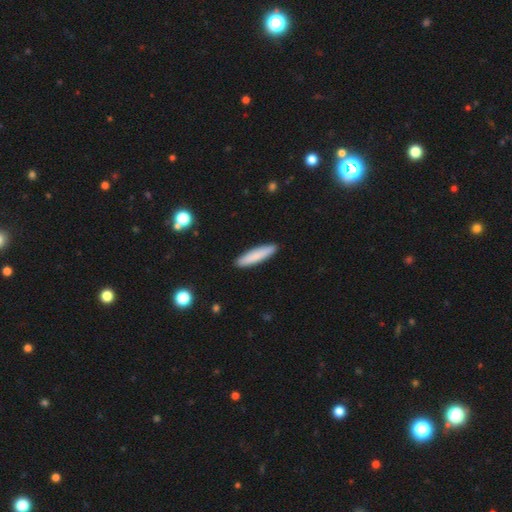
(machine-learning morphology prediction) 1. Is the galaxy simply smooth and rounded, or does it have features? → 84% smooth, 11% featured or disk, 6% star or artifact.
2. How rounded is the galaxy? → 83% cigar-shaped, 16% in between, 1% round.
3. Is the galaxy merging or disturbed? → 91% none, 6% minor disturbance, 1% major disturbance, 1% merger.